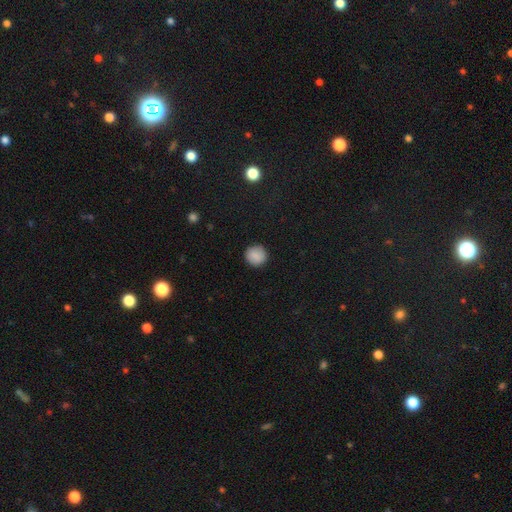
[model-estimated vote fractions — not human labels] Q: Smooth or featured?
A: smooth (87%); runner-up: star or artifact (8%)
Q: How rounded?
A: round (93%); runner-up: in between (6%)
Q: Merging?
A: none (90%); runner-up: minor disturbance (7%)